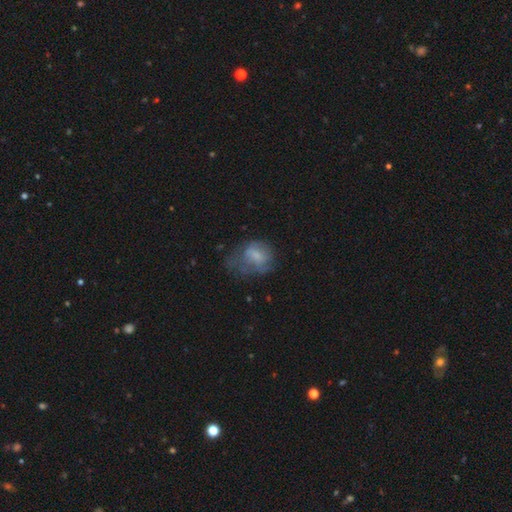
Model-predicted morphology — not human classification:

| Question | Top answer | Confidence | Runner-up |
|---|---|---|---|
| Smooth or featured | smooth | 56% | featured or disk (33%) |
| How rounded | in between | 56% | round (42%) |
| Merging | major disturbance | 38% | none (31%) |